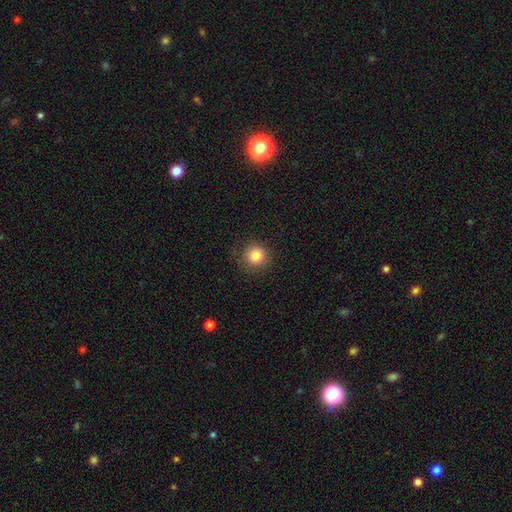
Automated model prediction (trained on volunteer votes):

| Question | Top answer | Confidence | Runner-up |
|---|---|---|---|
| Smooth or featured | smooth | 83% | star or artifact (11%) |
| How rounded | round | 94% | in between (5%) |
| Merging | none | 88% | minor disturbance (8%) |